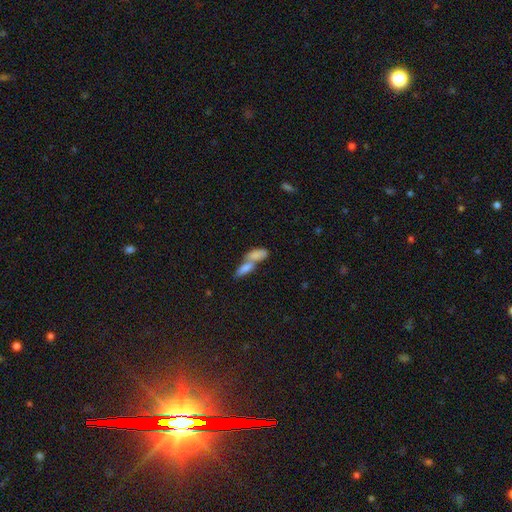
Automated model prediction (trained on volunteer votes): smooth-or-featured: smooth: 77% | featured or disk: 16% | star or artifact: 8%
  how-rounded: in between: 74% | cigar-shaped: 23% | round: 3%
  merging: merger: 70% | none: 20% | minor disturbance: 6% | major disturbance: 3%